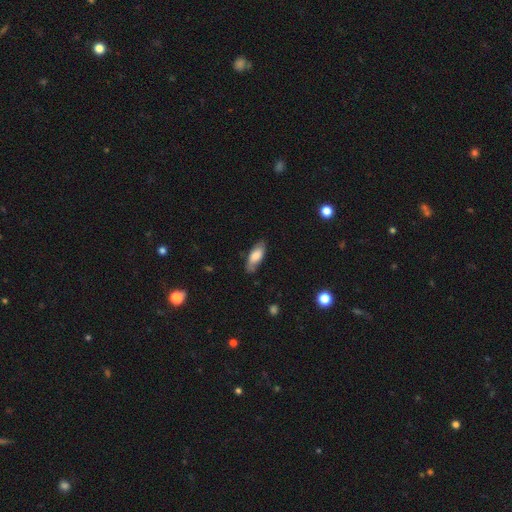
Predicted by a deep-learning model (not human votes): smooth_or_featured: smooth (p=0.73) [alt: featured or disk p=0.21]
how_rounded: in between (p=0.76) [alt: cigar-shaped p=0.22]
merging: none (p=0.78) [alt: minor disturbance p=0.17]